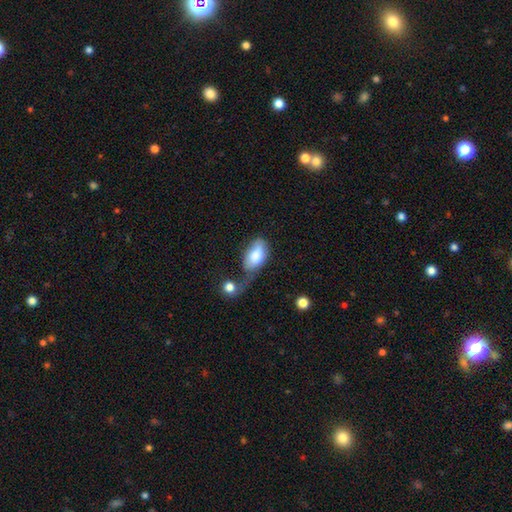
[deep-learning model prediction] Smooth or featured? smooth (78%)
How rounded? in between (92%)
Merging? merger (28%)